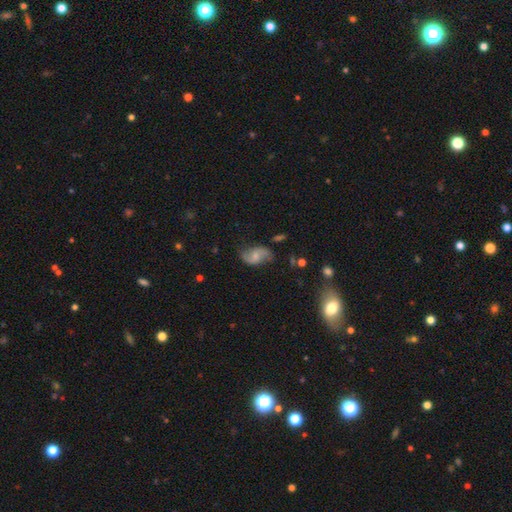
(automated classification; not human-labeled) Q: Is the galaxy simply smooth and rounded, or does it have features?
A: featured or disk — 60%.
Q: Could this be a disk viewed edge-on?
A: no — 96%.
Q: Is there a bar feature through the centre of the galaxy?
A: no — 57%.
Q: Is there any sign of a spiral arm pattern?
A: yes — 90%.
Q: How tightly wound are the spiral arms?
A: loose — 65%.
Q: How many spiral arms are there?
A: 2 — 89%.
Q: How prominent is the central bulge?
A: small — 46%.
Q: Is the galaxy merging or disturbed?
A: none — 67%.